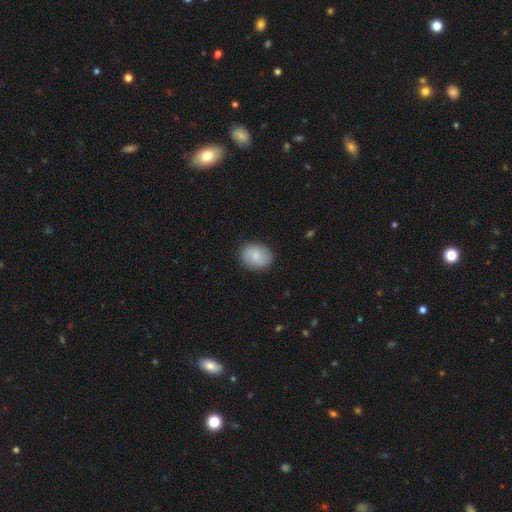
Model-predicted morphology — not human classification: Smooth or featured?
  - smooth: 81% *
  - featured or disk: 12%
  - star or artifact: 7%
How rounded?
  - in between: 55% *
  - round: 44%
  - cigar-shaped: 1%
Merging?
  - none: 87% *
  - minor disturbance: 9%
  - major disturbance: 2%
  - merger: 1%